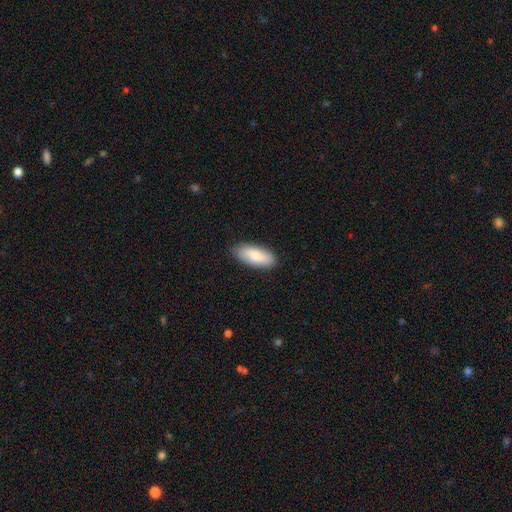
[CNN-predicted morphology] Smooth or featured: smooth — 78% (featured or disk — 16%)
How rounded: in between — 84% (cigar-shaped — 13%)
Merging: none — 86% (minor disturbance — 11%)